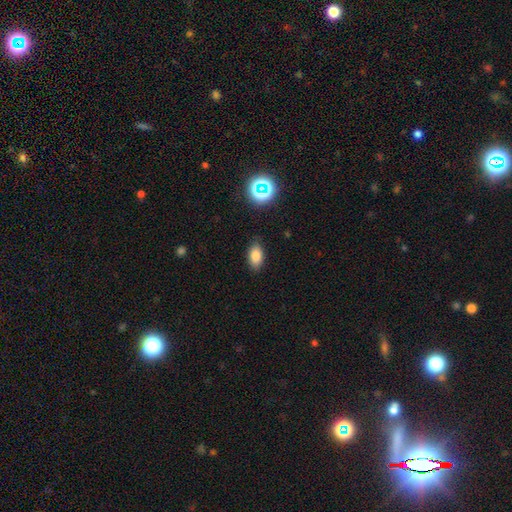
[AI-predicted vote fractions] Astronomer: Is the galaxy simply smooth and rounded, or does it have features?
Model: smooth — 82%.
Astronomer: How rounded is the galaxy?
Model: in between — 90%.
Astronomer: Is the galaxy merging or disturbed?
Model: none — 83%.